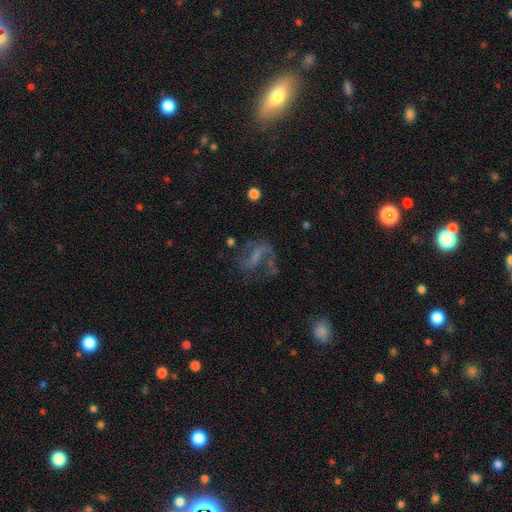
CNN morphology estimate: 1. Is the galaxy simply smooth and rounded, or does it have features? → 66% featured or disk, 19% smooth, 15% star or artifact.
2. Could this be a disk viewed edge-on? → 96% no, 4% yes.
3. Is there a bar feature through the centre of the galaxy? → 40% weak, 33% strong, 27% no.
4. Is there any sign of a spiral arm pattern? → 77% yes, 23% no.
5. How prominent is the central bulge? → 55% none, 26% small, 14% moderate, 4% large, 1% dominant.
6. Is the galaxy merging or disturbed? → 47% none, 30% major disturbance, 18% minor disturbance, 5% merger.